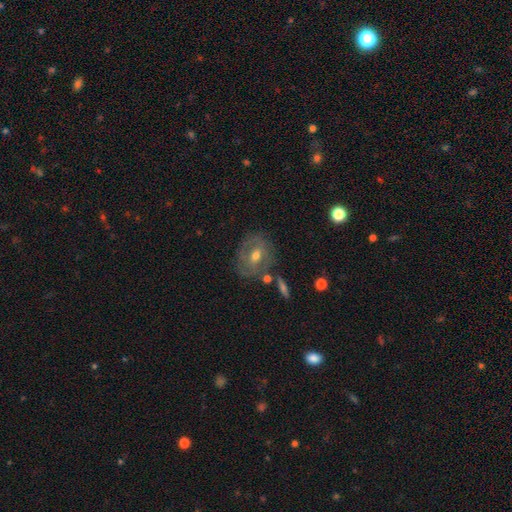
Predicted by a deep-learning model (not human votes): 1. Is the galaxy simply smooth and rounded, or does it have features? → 58% featured or disk, 33% smooth, 9% star or artifact.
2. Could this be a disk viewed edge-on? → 92% no, 8% yes.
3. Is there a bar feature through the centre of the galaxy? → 43% no, 41% weak, 16% strong.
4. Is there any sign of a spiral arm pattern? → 51% no, 49% yes.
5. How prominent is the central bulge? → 68% moderate, 28% small, 3% large, 1% none, 1% dominant.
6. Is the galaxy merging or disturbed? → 73% none, 16% minor disturbance, 6% major disturbance, 6% merger.